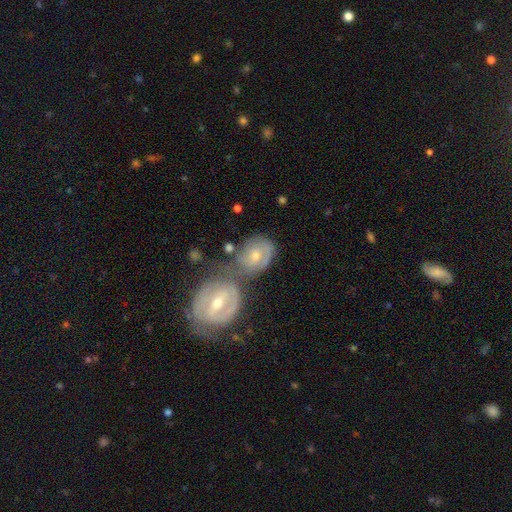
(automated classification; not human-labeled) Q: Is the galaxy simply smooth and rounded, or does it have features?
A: featured or disk — 61%.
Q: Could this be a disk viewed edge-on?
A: no — 95%.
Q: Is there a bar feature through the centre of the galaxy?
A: no — 50%.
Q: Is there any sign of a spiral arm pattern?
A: yes — 74%.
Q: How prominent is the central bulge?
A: moderate — 54%.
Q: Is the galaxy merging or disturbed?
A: merger — 45%.